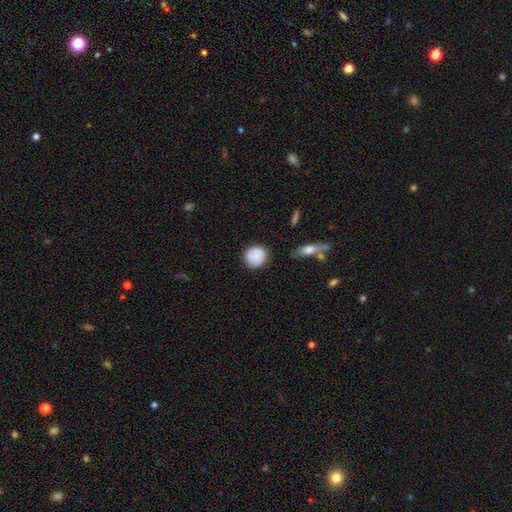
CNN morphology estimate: A smooth galaxy with no disk features (79%) that is round (84%). Merging: none (75%).